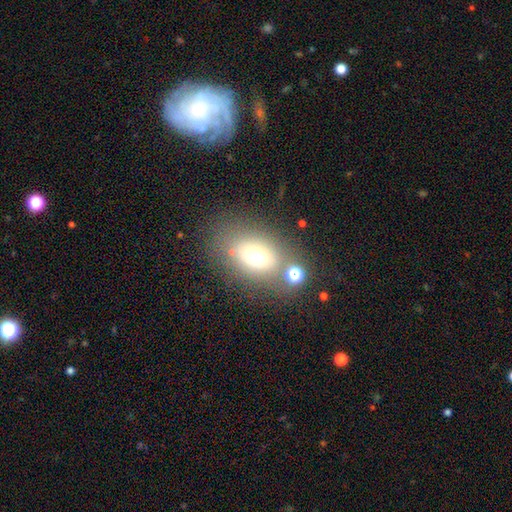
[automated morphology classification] Smooth or featured: smooth — 67% (featured or disk — 18%)
How rounded: in between — 78% (round — 20%)
Merging: none — 66% (minor disturbance — 14%)